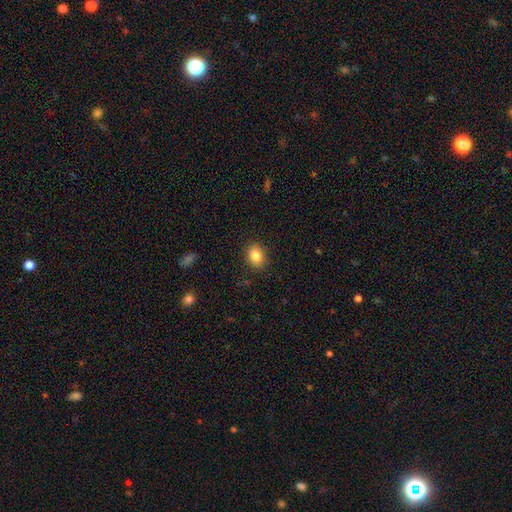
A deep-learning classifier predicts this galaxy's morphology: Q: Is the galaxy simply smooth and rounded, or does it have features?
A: smooth — 84%.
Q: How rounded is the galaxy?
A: in between — 57%.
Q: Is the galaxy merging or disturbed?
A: none — 89%.